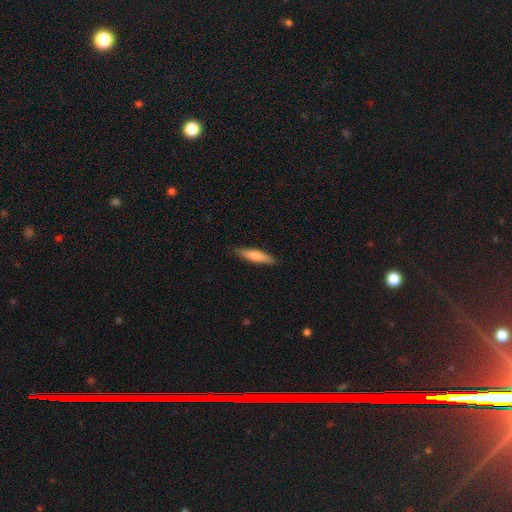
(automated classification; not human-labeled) This appears to be a smooth galaxy with no disk features (72%) that is cigar-shaped (82%). Merging: none (89%).